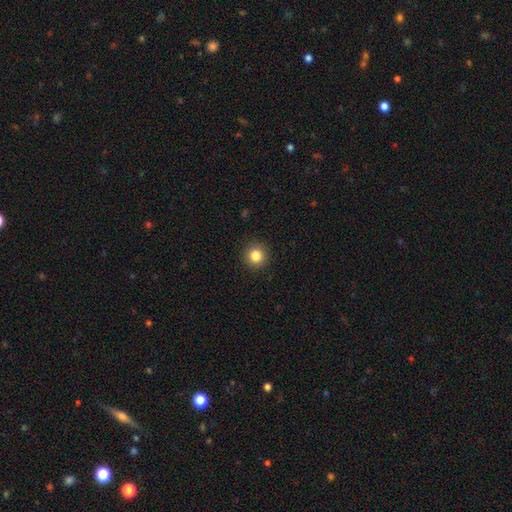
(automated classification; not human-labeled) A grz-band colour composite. It shows a smooth galaxy with no disk features (84%) that is round (94%). Merging: none (92%).